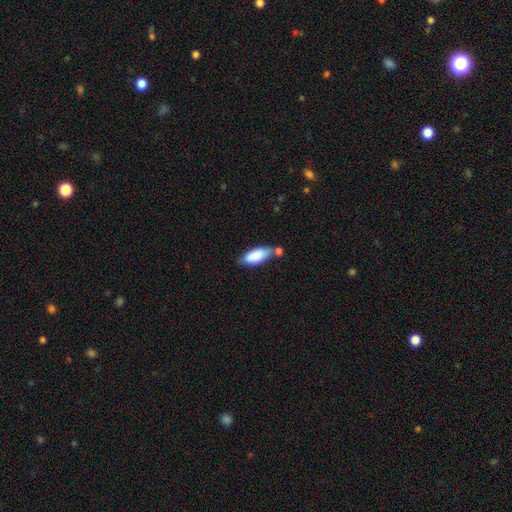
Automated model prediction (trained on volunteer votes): Q: Smooth or featured?
A: smooth (85%); runner-up: featured or disk (9%)
Q: How rounded?
A: in between (81%); runner-up: cigar-shaped (18%)
Q: Merging?
A: none (46%); runner-up: merger (26%)